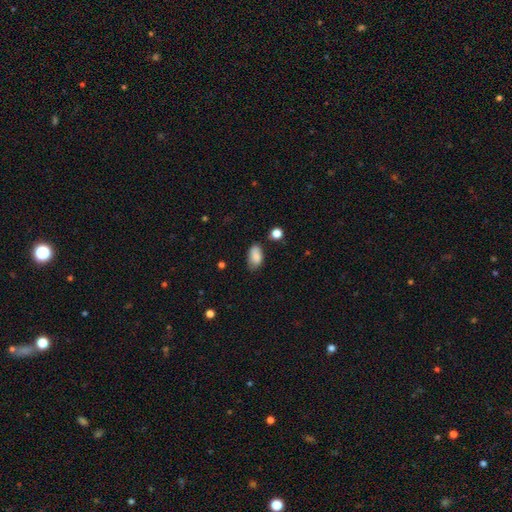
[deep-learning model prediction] Q: Smooth or featured?
A: smooth (85%); runner-up: star or artifact (8%)
Q: How rounded?
A: in between (92%); runner-up: round (5%)
Q: Merging?
A: none (65%); runner-up: minor disturbance (26%)